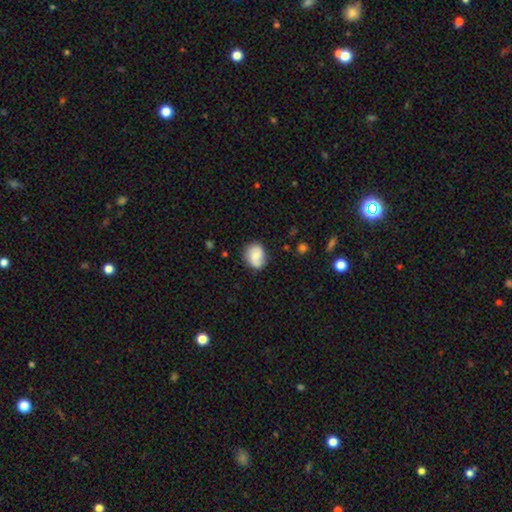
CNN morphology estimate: This appears to be a smooth galaxy with no disk features (58%) that is round (57%). Merging: none (72%).